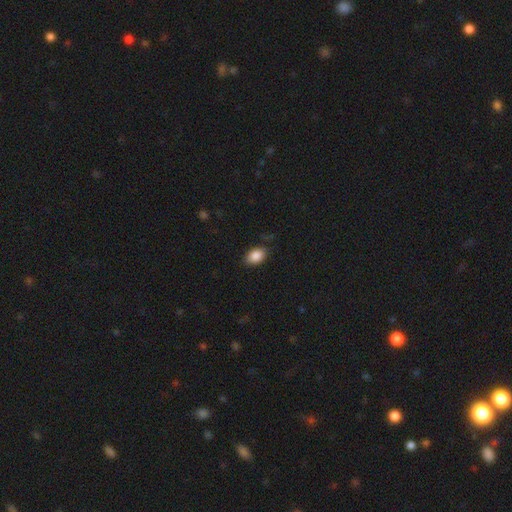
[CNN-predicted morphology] Smooth or featured? Predicted: smooth (p=0.87). How rounded? Predicted: in between (p=0.86). Merging? Predicted: none (p=0.82).